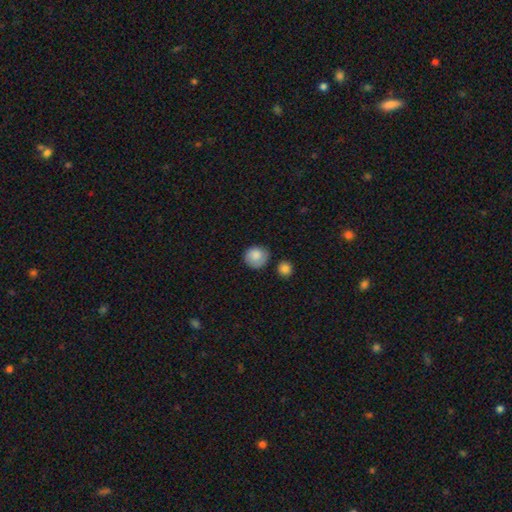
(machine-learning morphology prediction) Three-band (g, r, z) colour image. It shows a smooth galaxy with no disk features (85%) that is round (87%). Merging: none (71%).